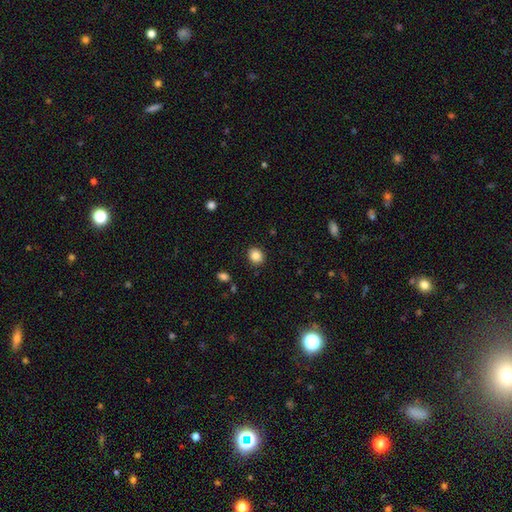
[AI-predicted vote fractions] smooth-or-featured: smooth: 87% | star or artifact: 9% | featured or disk: 4%
  how-rounded: round: 69% | in between: 30% | cigar-shaped: 1%
  merging: none: 90% | minor disturbance: 7% | major disturbance: 2% | merger: 1%